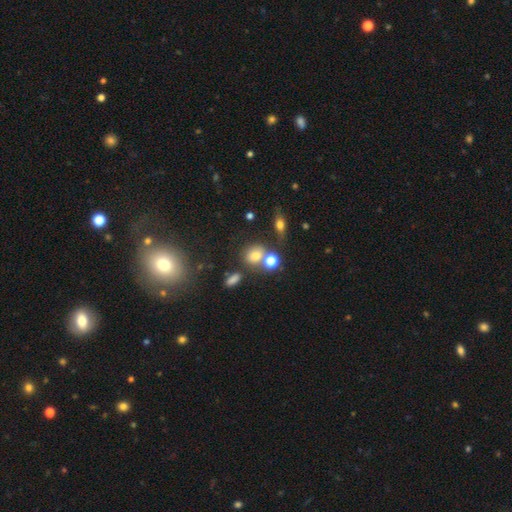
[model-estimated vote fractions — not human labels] Q: Smooth or featured?
A: smooth (70%); runner-up: star or artifact (18%)
Q: How rounded?
A: round (63%); runner-up: in between (35%)
Q: Merging?
A: none (54%); runner-up: merger (28%)